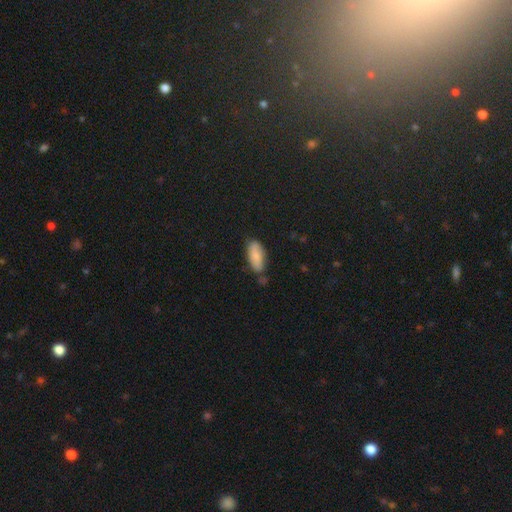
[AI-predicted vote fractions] A smooth galaxy with no disk features (82%) that is in between round and cigar-shaped (82%).

Vote fractions:
- Smooth or featured? smooth: 82% / featured or disk: 12% / star or artifact: 6%
- How rounded? in between: 82% / cigar-shaped: 16% / round: 2%
- Merging? none: 67% / minor disturbance: 23% / merger: 5% / major disturbance: 4%